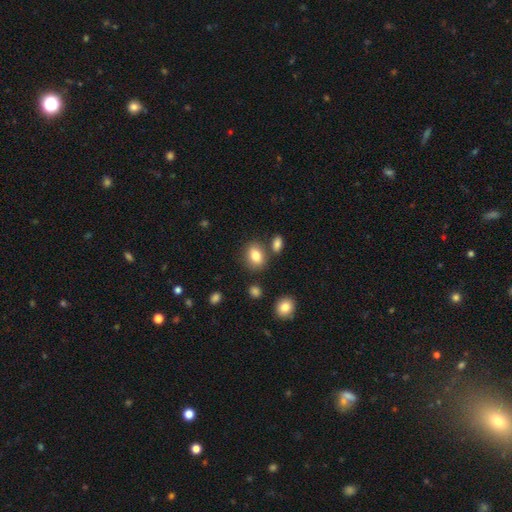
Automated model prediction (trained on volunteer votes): A smooth galaxy with no disk features (82%) that is in between round and cigar-shaped (68%). Merging: none (75%).